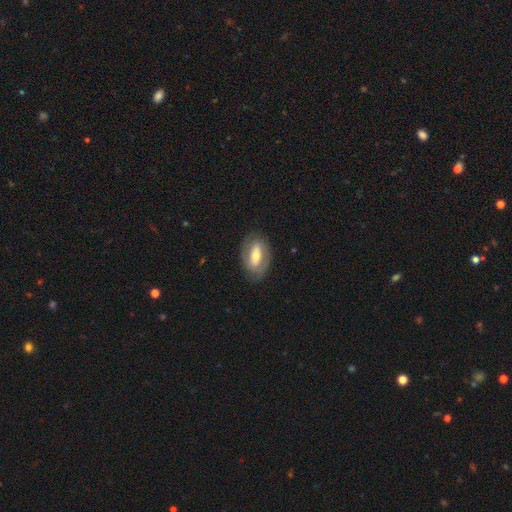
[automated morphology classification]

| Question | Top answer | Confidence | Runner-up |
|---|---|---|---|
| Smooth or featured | featured or disk | 52% | smooth (41%) |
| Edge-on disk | no | 88% | yes (12%) |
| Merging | none | 80% | minor disturbance (14%) |